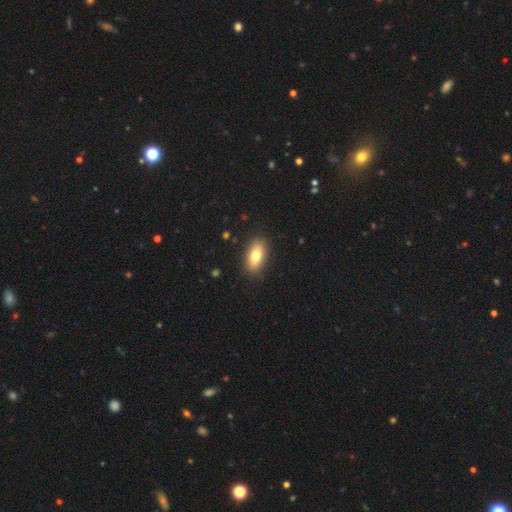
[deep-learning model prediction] Morphology: type=smooth (79%); roundness=in between (87%); merging=none (87%).